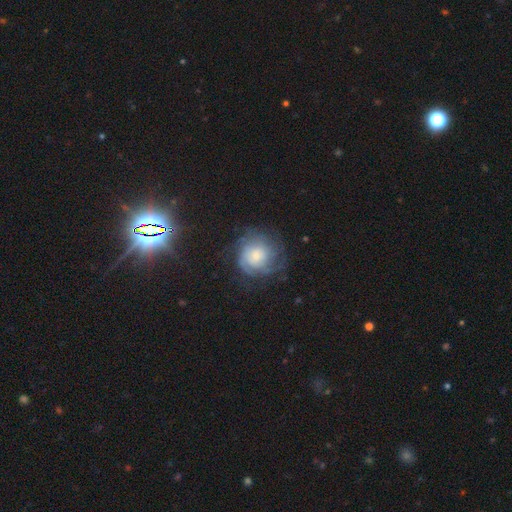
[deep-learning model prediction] Smooth or featured? featured or disk (53%)
Edge-on disk? no (97%)
Bar? no (74%)
Spiral arms? yes (80%)
Bulge size? small (40%)
Merging? none (61%)